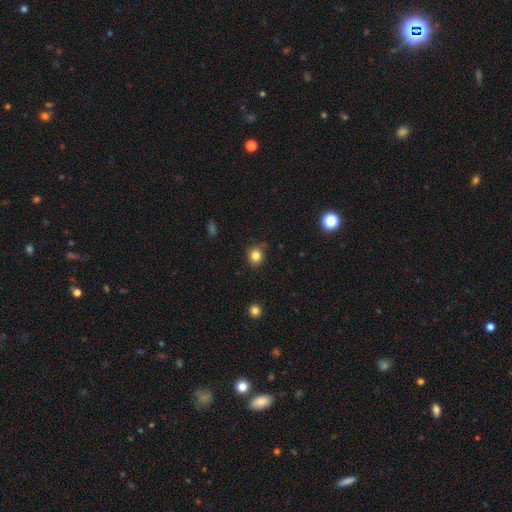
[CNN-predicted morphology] Overall: smooth (83%). How rounded: round (87%). Merging: none (81%).